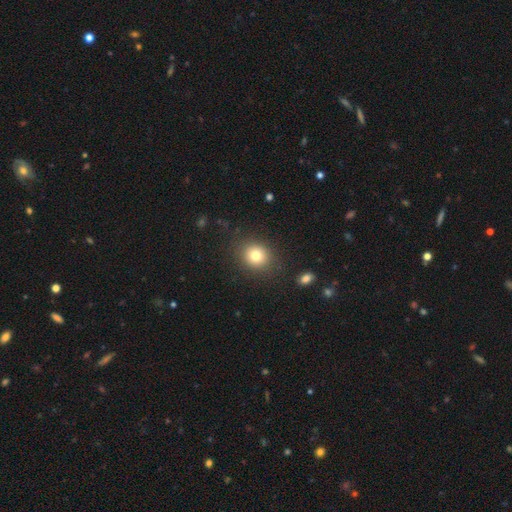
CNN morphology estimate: Smooth or featured? smooth (79%)
How rounded? round (76%)
Merging? none (86%)